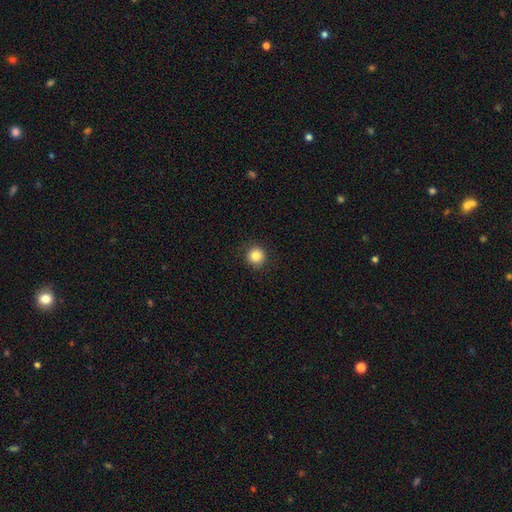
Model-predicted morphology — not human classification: smooth-or-featured: smooth: 84% | star or artifact: 10% | featured or disk: 5%
  how-rounded: round: 94% | in between: 5% | cigar-shaped: 1%
  merging: none: 90% | minor disturbance: 7% | major disturbance: 2% | merger: 1%